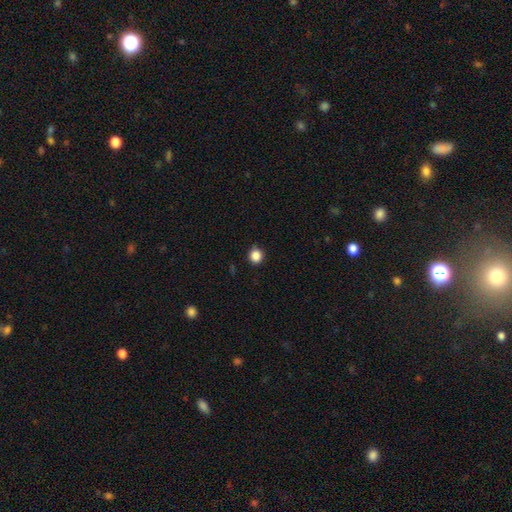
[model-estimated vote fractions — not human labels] Smooth or featured? Predicted: smooth (p=0.86). How rounded? Predicted: round (p=0.90). Merging? Predicted: none (p=0.88).